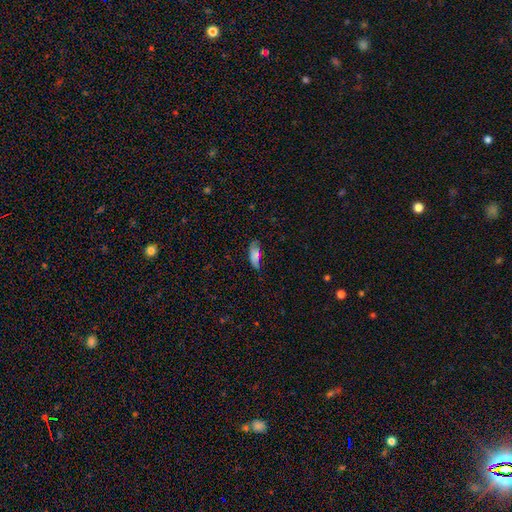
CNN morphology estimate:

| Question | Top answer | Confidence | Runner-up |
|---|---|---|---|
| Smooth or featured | smooth | 78% | featured or disk (13%) |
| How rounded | in between | 72% | cigar-shaped (25%) |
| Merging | none | 62% | minor disturbance (29%) |